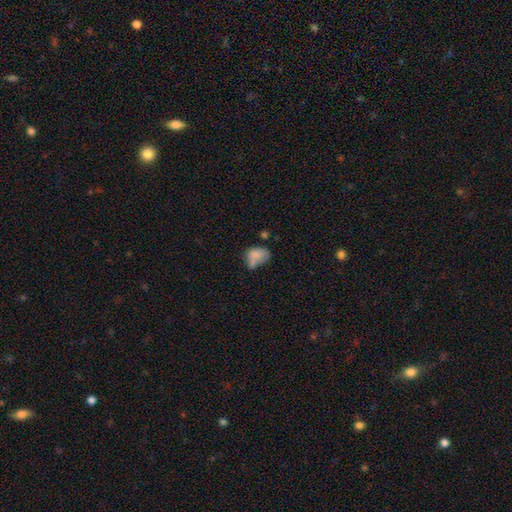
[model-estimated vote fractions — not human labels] Morphology: type=smooth (74%); roundness=in between (75%); merging=minor disturbance (33%).